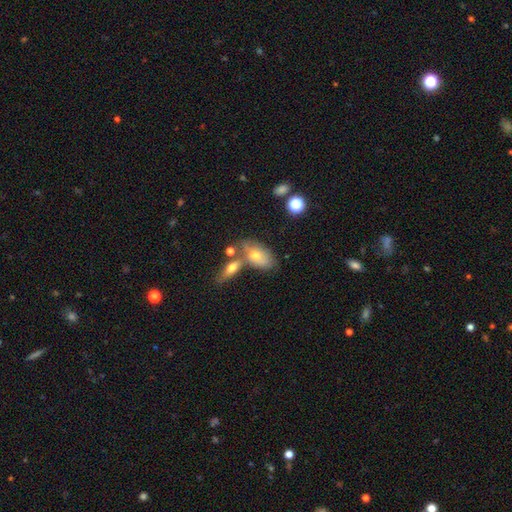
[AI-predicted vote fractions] This appears to be a smooth galaxy with no disk features (58%) that is in between round and cigar-shaped (86%). Merging: none (47%).